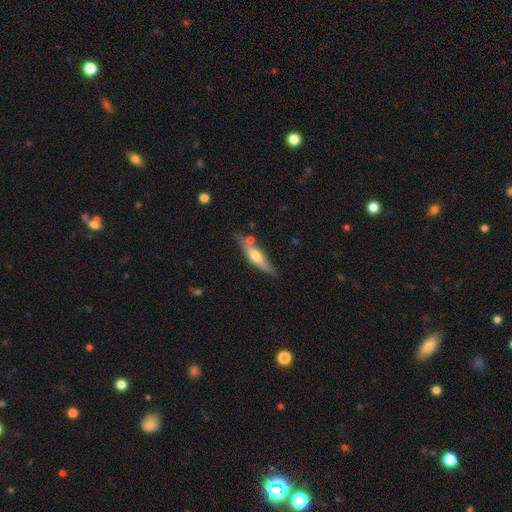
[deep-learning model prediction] This is possibly a featured or disk galaxy (50%). It is clearly viewed edge-on (89%). Merging: likely none (70%).